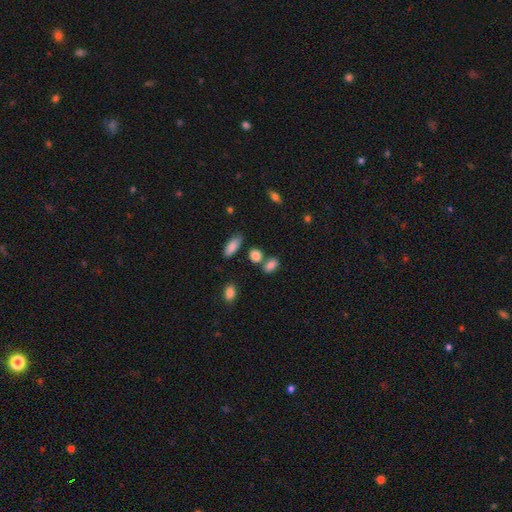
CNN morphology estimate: The model was most divided on "how rounded": in between: 65%, round: 31%, cigar-shaped: 4%. More confident: smooth or featured — smooth (83%); merging — none (64%).